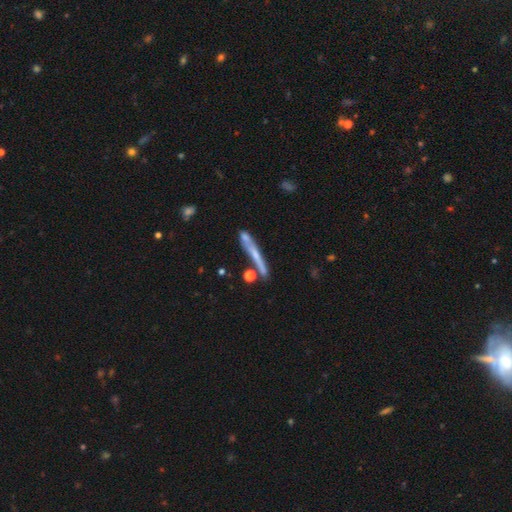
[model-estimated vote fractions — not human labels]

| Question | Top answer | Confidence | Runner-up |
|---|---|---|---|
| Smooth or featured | featured or disk | 49% | smooth (42%) |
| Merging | none | 62% | minor disturbance (17%) |